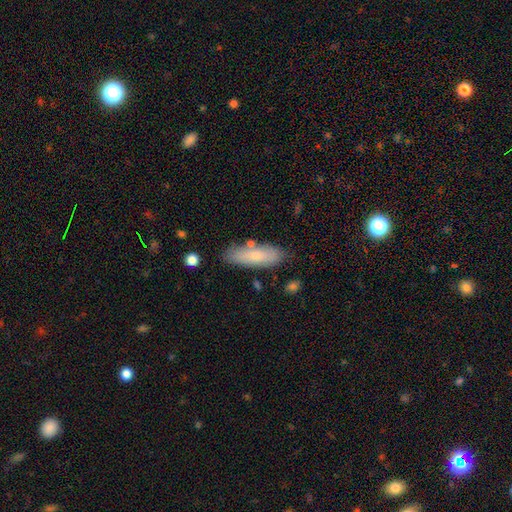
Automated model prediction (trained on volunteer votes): This appears to be a smooth galaxy with no disk features (74%) that is in between round and cigar-shaped (49%, tied with cigar-shaped). Merging: none (79%).